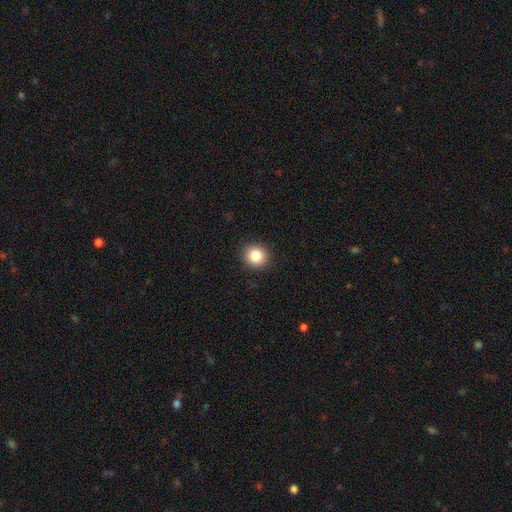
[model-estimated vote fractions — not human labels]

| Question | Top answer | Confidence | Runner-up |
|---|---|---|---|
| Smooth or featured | smooth | 85% | star or artifact (10%) |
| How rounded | round | 86% | in between (13%) |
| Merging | none | 90% | minor disturbance (7%) |